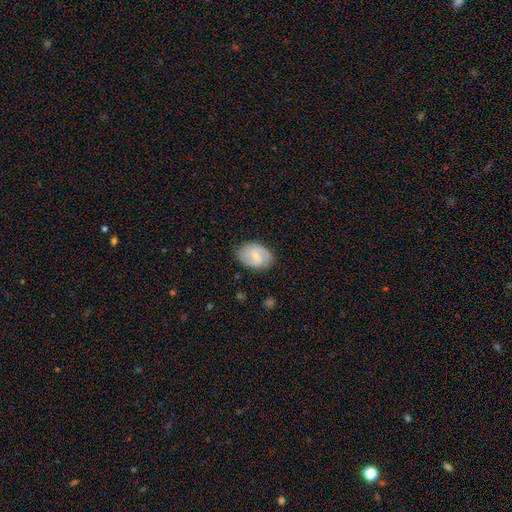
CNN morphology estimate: smooth_or_featured: featured or disk (p=0.57) [alt: smooth p=0.37]
disk_edge_on: no (p=0.97) [alt: yes p=0.03]
bar: weak (p=0.56) [alt: no p=0.32]
has_spiral_arms: yes (p=0.85) [alt: no p=0.15]
bulge_size: small (p=0.62) [alt: moderate p=0.32]
merging: none (p=0.81) [alt: minor disturbance p=0.15]